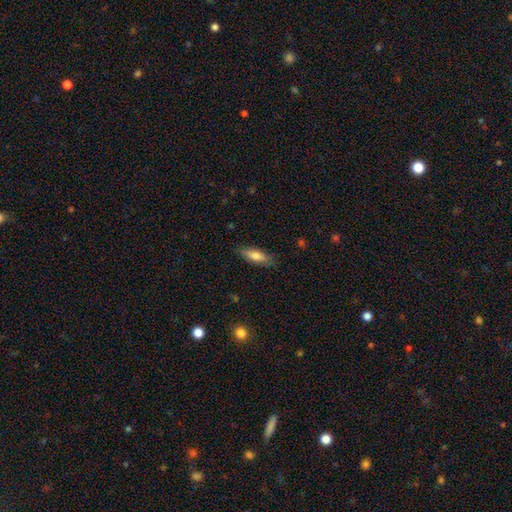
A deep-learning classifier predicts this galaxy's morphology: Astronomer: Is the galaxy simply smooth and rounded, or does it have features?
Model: smooth — 76%.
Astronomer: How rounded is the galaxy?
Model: in between — 55% (runner-up: cigar-shaped, 43%).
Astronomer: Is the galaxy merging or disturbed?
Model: none — 84%.